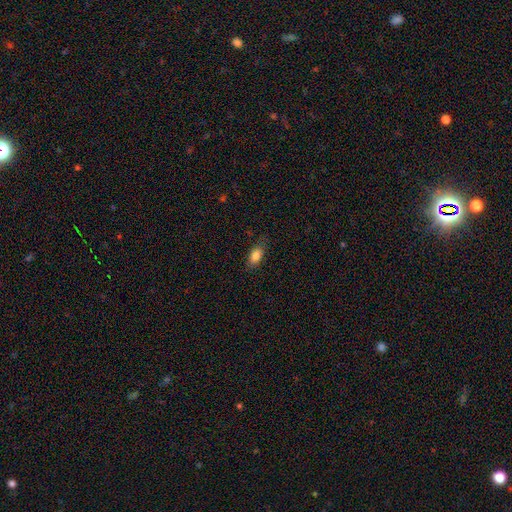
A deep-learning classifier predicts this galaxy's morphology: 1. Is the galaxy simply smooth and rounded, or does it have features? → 84% smooth, 8% star or artifact, 8% featured or disk.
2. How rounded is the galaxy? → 88% in between, 7% round, 5% cigar-shaped.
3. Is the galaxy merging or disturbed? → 79% none, 16% minor disturbance, 4% major disturbance, 1% merger.